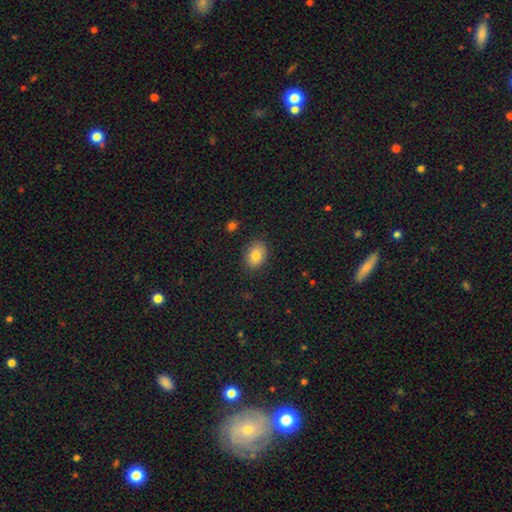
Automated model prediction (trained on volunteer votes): This appears to be a smooth galaxy with no disk features (82%) that is in between round and cigar-shaped (69%). Merging: none (85%).